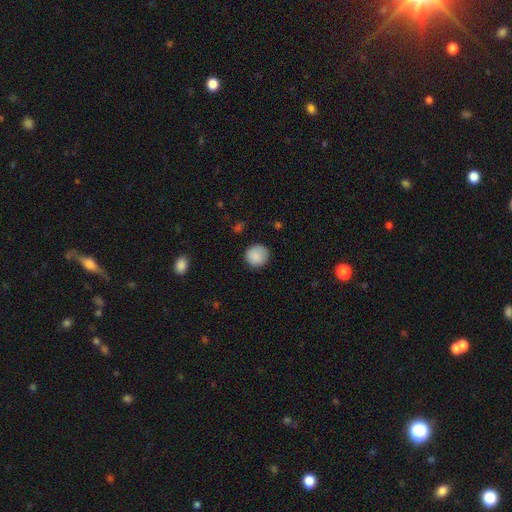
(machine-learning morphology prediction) Overall: smooth (88%). How rounded: round (91%). Merging: none (85%).